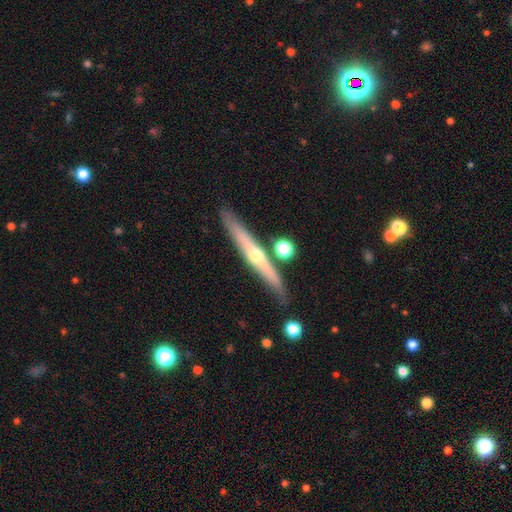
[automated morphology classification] Overall: featured or disk (67%). Edge-on disk: yes (95%). Edge-on bulge: rounded (83%). Merging: none (83%).